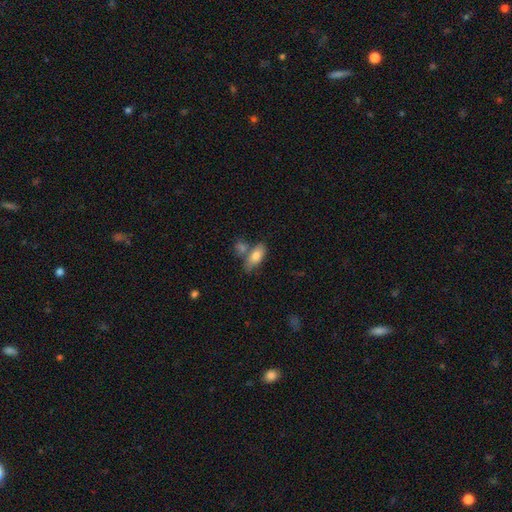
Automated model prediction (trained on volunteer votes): smooth_or_featured: smooth (p=0.79) [alt: featured or disk p=0.14]
how_rounded: in between (p=0.86) [alt: cigar-shaped p=0.11]
merging: none (p=0.52) [alt: merger p=0.27]